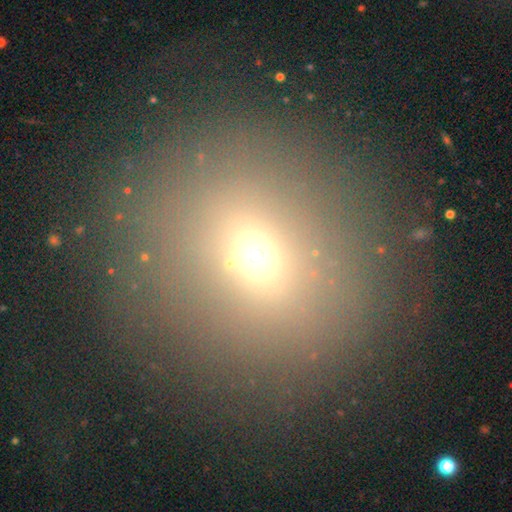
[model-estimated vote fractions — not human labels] This appears to be a smooth galaxy with no disk features (65%) that is round (48%, tied with in between). Merging: none (73%).